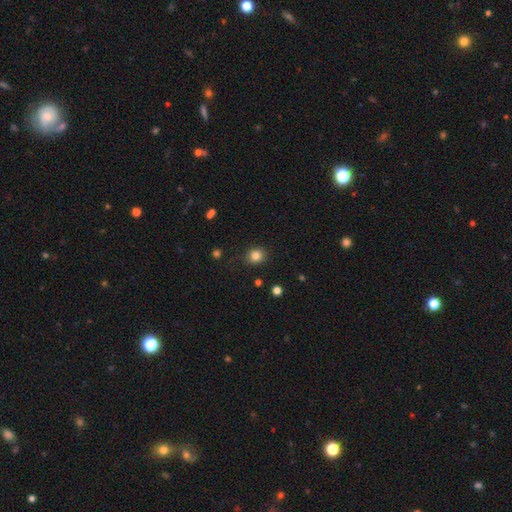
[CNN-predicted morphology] Smooth or featured: smooth — 83% (star or artifact — 12%)
How rounded: round — 78% (in between — 21%)
Merging: none — 86% (minor disturbance — 10%)